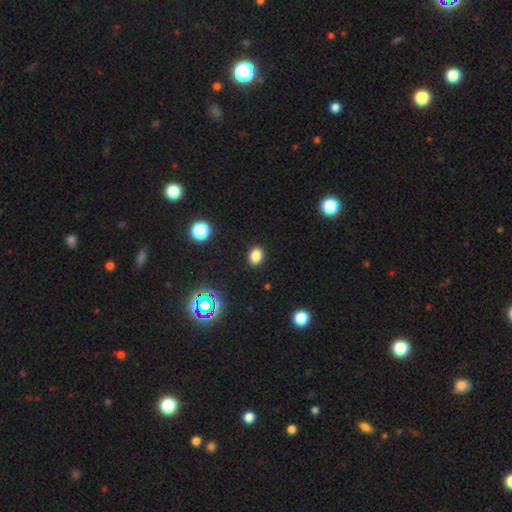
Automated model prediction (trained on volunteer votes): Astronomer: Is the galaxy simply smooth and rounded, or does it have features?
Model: smooth — 81%.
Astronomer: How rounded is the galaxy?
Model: in between — 56% (runner-up: round, 43%).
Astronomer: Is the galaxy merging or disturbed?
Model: none — 89%.